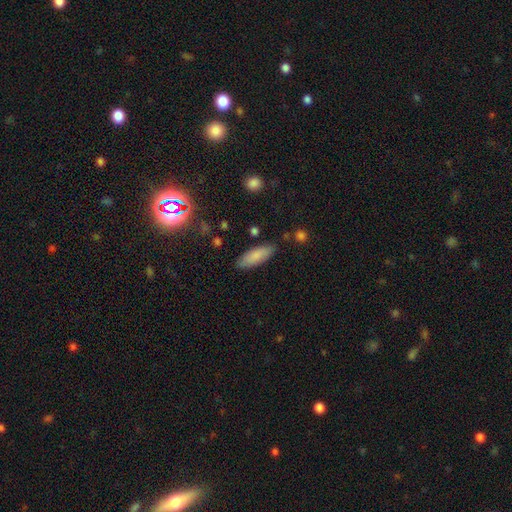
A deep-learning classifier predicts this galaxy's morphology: Smooth or featured: smooth — 82% (featured or disk — 11%)
How rounded: in between — 63% (cigar-shaped — 35%)
Merging: none — 83% (minor disturbance — 13%)